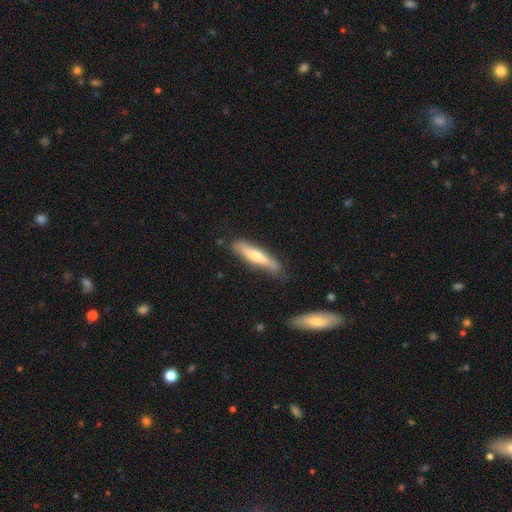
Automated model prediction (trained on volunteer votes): Overall: smooth (56%; featured or disk 38%). How rounded: cigar-shaped (84%). Merging: none (77%).